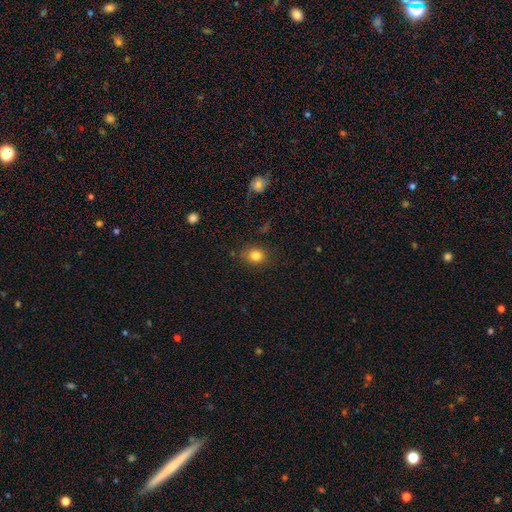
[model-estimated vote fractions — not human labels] Smooth or featured?
  - smooth: 82% *
  - star or artifact: 11%
  - featured or disk: 7%
How rounded?
  - round: 60% *
  - in between: 39%
  - cigar-shaped: 1%
Merging?
  - none: 81% *
  - minor disturbance: 14%
  - major disturbance: 3%
  - merger: 2%